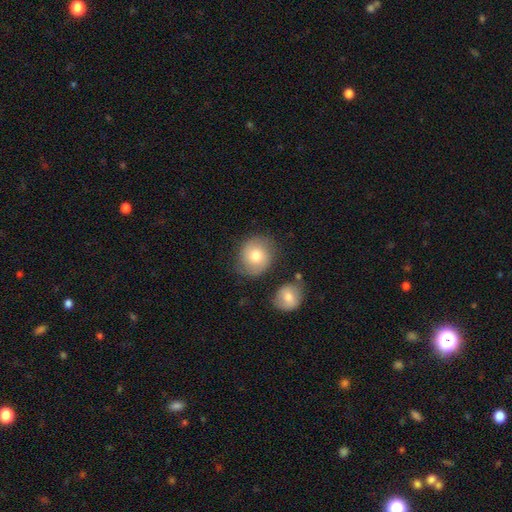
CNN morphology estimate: The model was most divided on "smooth or featured": smooth: 69%, featured or disk: 23%, star or artifact: 8%. More confident: how rounded — round (77%); merging — none (70%).